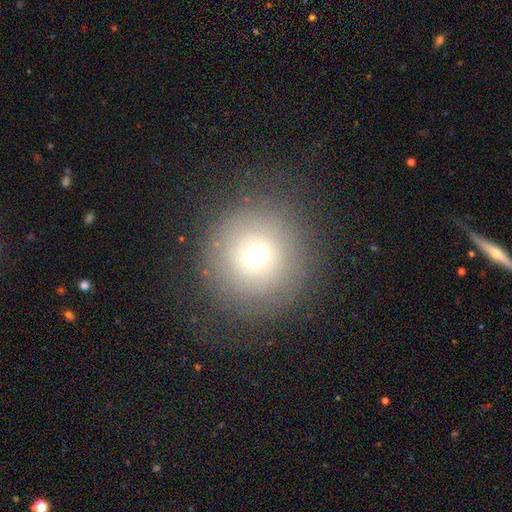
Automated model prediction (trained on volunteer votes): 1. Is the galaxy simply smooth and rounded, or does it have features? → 64% smooth, 20% star or artifact, 17% featured or disk.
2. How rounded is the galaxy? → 94% round, 5% in between, 1% cigar-shaped.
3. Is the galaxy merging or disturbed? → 83% none, 9% minor disturbance, 6% major disturbance, 2% merger.